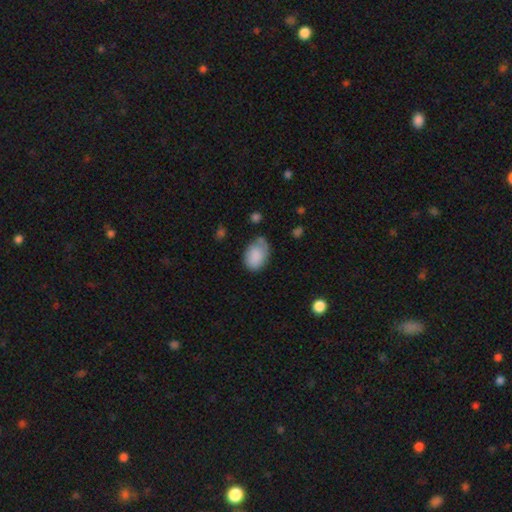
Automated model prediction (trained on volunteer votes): This appears to be a smooth galaxy with no disk features (84%) that is in between round and cigar-shaped (81%). Merging: none (52%).